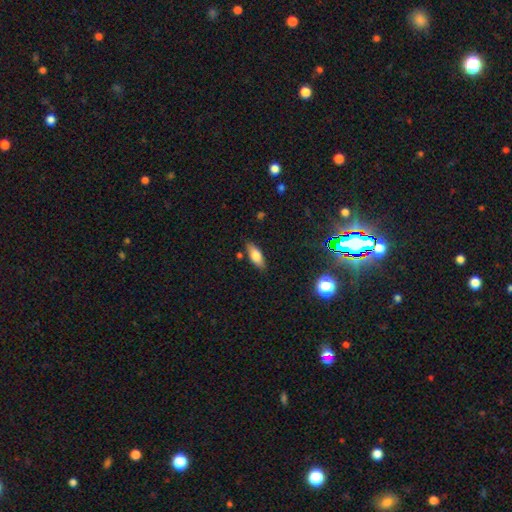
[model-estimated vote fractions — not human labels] Smooth or featured?
  - smooth: 73% *
  - featured or disk: 19%
  - star or artifact: 9%
How rounded?
  - in between: 76% *
  - cigar-shaped: 21%
  - round: 3%
Merging?
  - none: 82% *
  - minor disturbance: 13%
  - merger: 3%
  - major disturbance: 3%